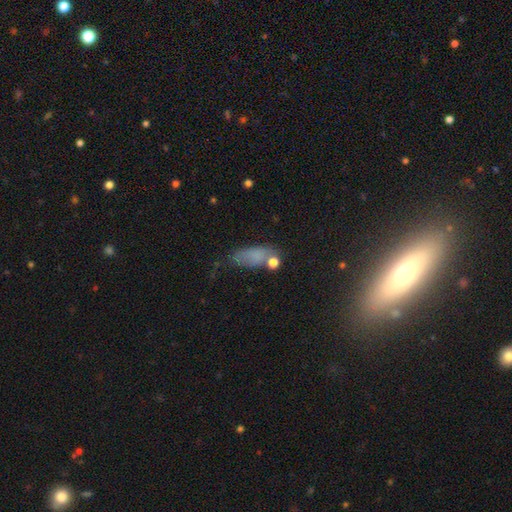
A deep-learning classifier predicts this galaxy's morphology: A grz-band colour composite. It shows a smooth galaxy with no disk features (68%) that is in between round and cigar-shaped (76%). Merging: none (47%).